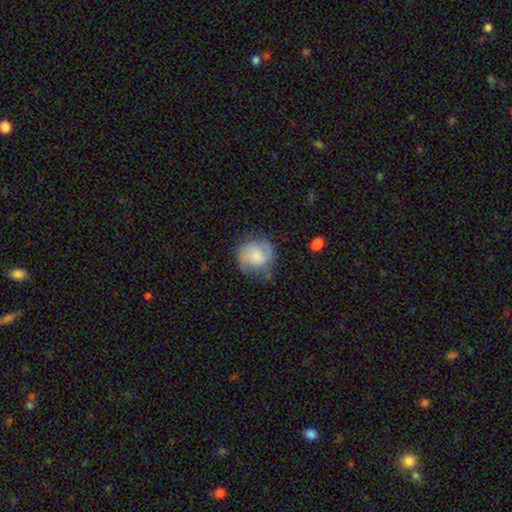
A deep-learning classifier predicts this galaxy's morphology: The model was most divided on "smooth or featured": smooth: 55%, featured or disk: 38%, star or artifact: 8%. More confident: how rounded — round (85%); merging — none (61%).